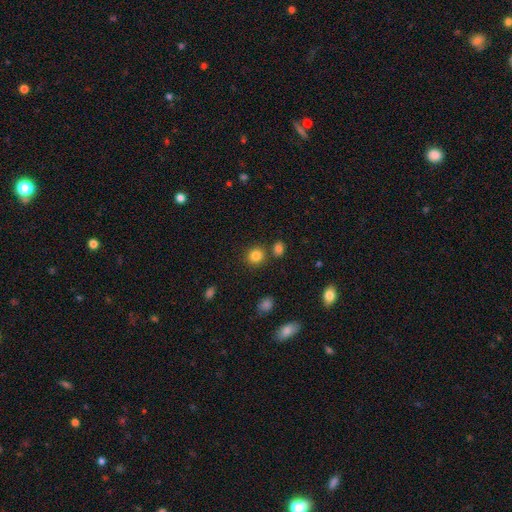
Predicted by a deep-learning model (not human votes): A smooth galaxy with no disk features (83%) that is round (86%). Merging: none (80%).